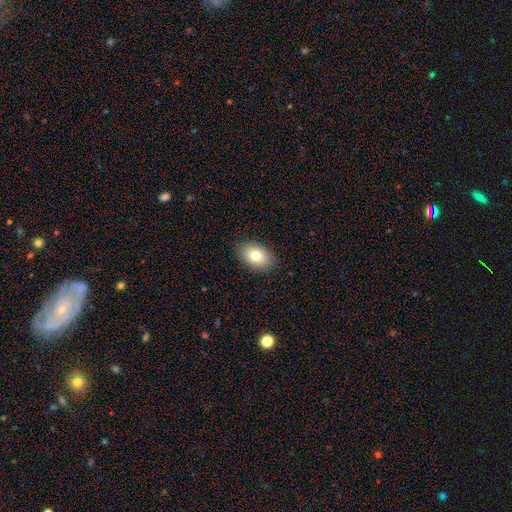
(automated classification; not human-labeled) Q: Smooth or featured?
A: smooth (79%); runner-up: featured or disk (12%)
Q: How rounded?
A: in between (85%); runner-up: round (14%)
Q: Merging?
A: none (88%); runner-up: minor disturbance (9%)